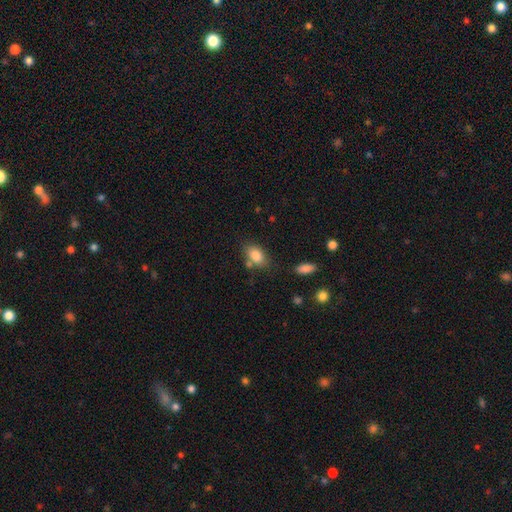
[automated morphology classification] smooth_or_featured: smooth (p=0.83) [alt: featured or disk p=0.09]
how_rounded: in between (p=0.87) [alt: round p=0.10]
merging: none (p=0.67) [alt: minor disturbance p=0.16]